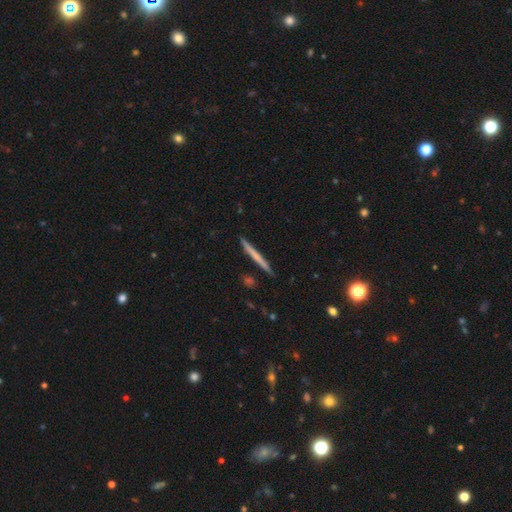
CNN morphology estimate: Smooth or featured: smooth — 56% (featured or disk — 39%)
How rounded: cigar-shaped — 97% (in between — 2%)
Merging: none — 90% (minor disturbance — 7%)